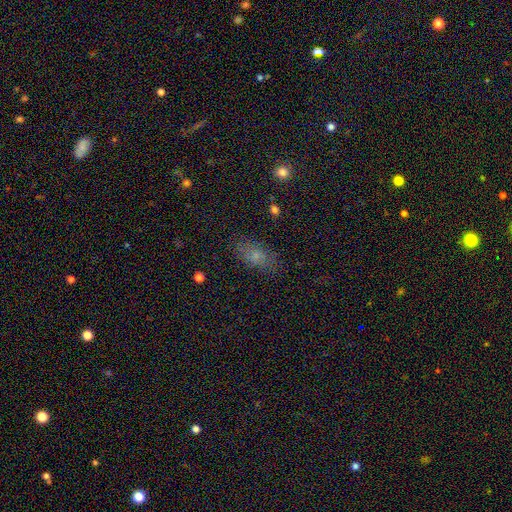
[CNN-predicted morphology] Smooth or featured? Predicted: smooth (p=0.70). How rounded? Predicted: in between (p=0.86). Merging? Predicted: none (p=0.80).